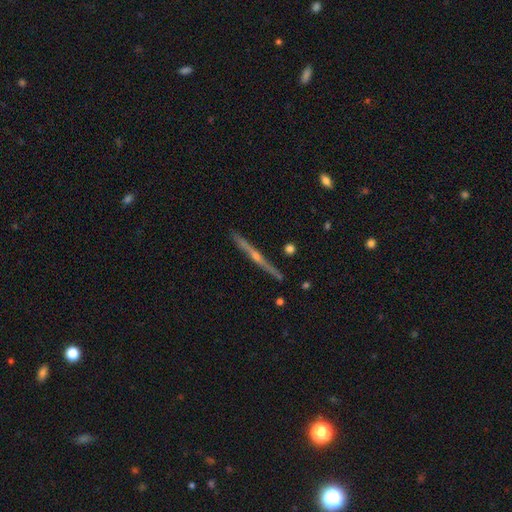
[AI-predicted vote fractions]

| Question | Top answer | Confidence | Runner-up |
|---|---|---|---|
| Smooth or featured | featured or disk | 81% | smooth (13%) |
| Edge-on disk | yes | 98% | no (2%) |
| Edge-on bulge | rounded | 82% | none (14%) |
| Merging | none | 91% | minor disturbance (6%) |